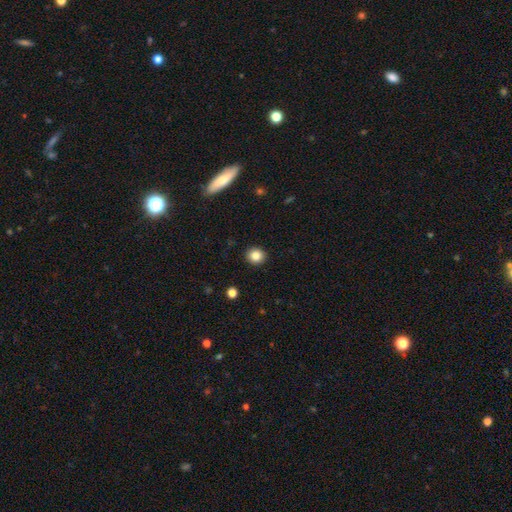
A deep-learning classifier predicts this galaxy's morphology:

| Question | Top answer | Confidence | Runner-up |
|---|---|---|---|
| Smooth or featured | smooth | 84% | star or artifact (10%) |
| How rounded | round | 86% | in between (13%) |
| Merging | none | 92% | minor disturbance (5%) |